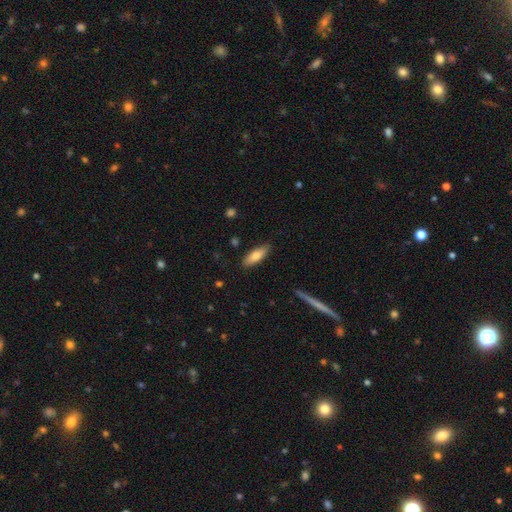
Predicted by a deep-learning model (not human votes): smooth_or_featured: smooth (p=0.76) [alt: featured or disk p=0.18]
how_rounded: in between (p=0.62) [alt: cigar-shaped p=0.36]
merging: none (p=0.86) [alt: minor disturbance p=0.11]